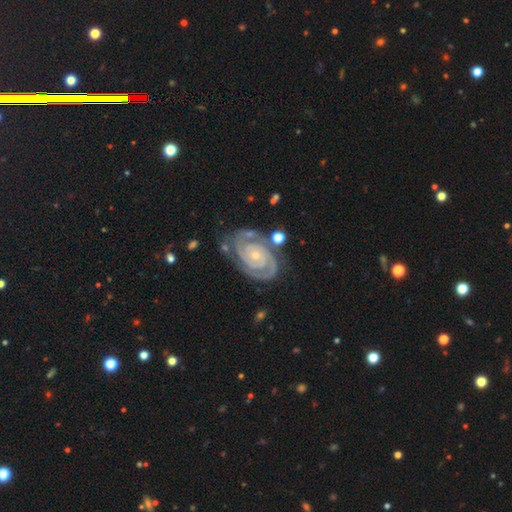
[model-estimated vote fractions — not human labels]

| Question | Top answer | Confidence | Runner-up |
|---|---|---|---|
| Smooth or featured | featured or disk | 92% | star or artifact (4%) |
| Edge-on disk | no | 98% | yes (2%) |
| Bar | no | 73% | weak (19%) |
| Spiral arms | yes | 99% | no (1%) |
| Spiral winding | tight | 81% | medium (16%) |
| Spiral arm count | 2 | 85% | 3 (6%) |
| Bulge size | small | 78% | moderate (17%) |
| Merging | none | 76% | minor disturbance (16%) |